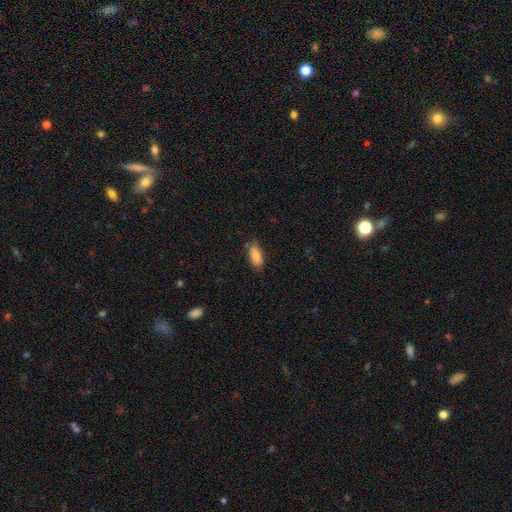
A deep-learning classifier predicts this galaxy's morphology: The model was most divided on "merging": none: 74%, minor disturbance: 20%, major disturbance: 4%, merger: 3%. More confident: smooth or featured — smooth (84%); how rounded — in between (79%).